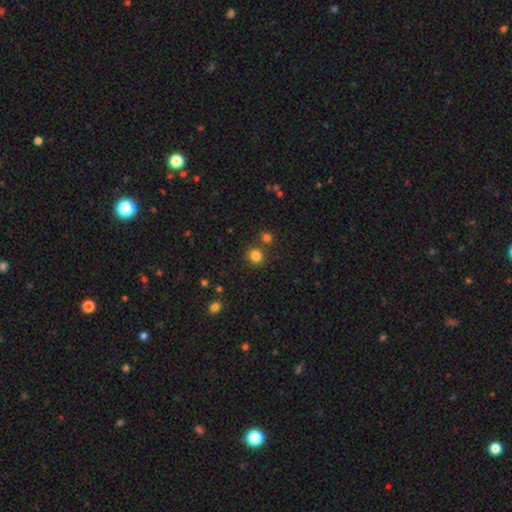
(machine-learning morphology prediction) smooth_or_featured: smooth (p=0.82) [alt: star or artifact p=0.14]
how_rounded: round (p=0.83) [alt: in between p=0.16]
merging: none (p=0.79) [alt: merger p=0.11]